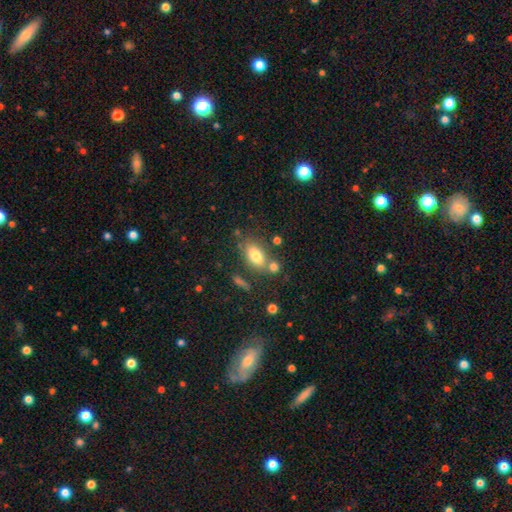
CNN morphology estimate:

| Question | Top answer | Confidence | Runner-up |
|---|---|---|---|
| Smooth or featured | smooth | 76% | featured or disk (15%) |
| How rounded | in between | 84% | round (9%) |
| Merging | none | 62% | merger (20%) |